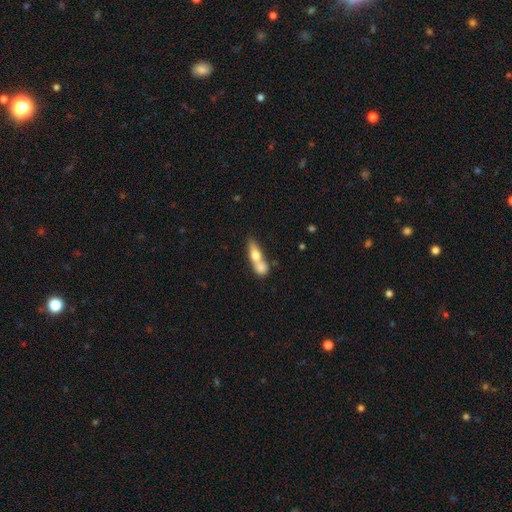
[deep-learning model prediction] Q: Smooth or featured?
A: smooth (63%); runner-up: featured or disk (29%)
Q: How rounded?
A: in between (46%); runner-up: cigar-shaped (41%)
Q: Merging?
A: merger (63%); runner-up: none (24%)